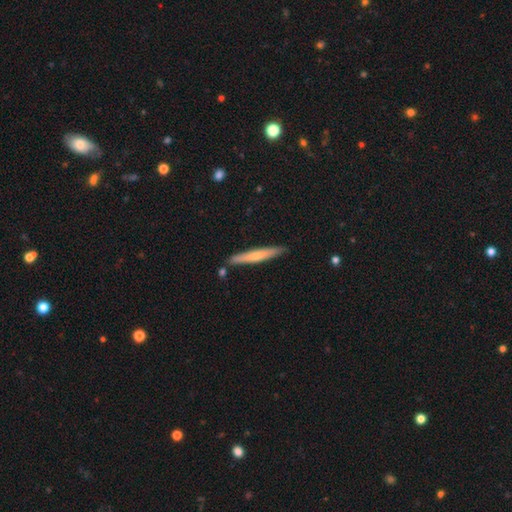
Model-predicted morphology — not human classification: smooth-or-featured: smooth: 52% | featured or disk: 42% | star or artifact: 5%
  how-rounded: cigar-shaped: 95% | in between: 4% | round: 1%
  merging: none: 86% | minor disturbance: 9% | merger: 3% | major disturbance: 2%